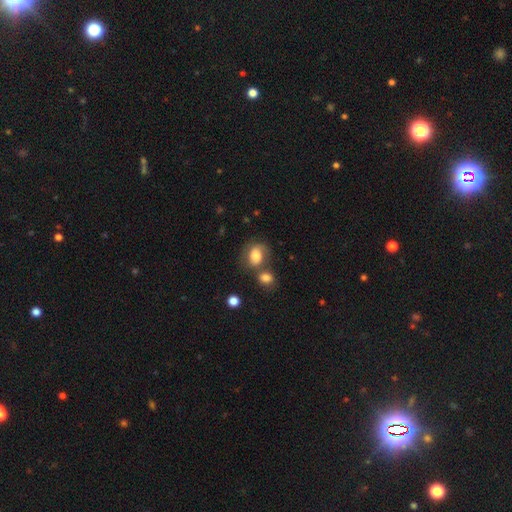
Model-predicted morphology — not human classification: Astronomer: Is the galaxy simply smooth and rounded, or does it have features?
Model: smooth — 73%.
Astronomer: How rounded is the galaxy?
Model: in between — 63%.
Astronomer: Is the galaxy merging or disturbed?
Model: none — 45% (runner-up: merger, 29%).